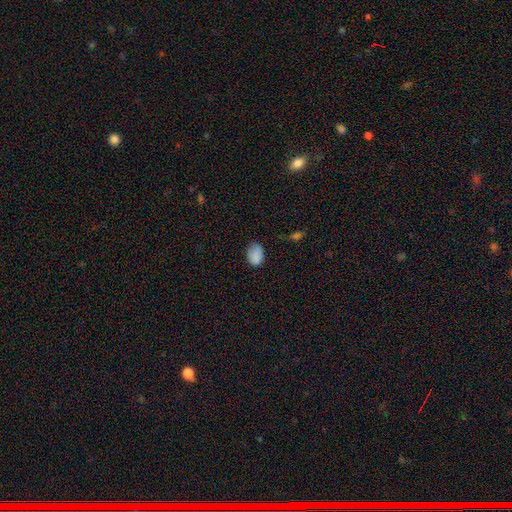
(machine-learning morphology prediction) Overall: smooth (86%). How rounded: in between (75%). Merging: none (62%; minor disturbance 29%).